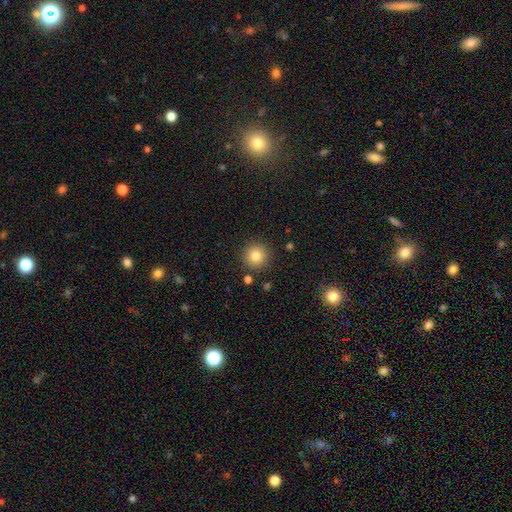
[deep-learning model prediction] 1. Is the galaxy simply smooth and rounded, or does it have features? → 83% smooth, 11% star or artifact, 6% featured or disk.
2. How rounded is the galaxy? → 94% round, 5% in between, 1% cigar-shaped.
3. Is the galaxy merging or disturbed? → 89% none, 6% minor disturbance, 2% merger, 2% major disturbance.